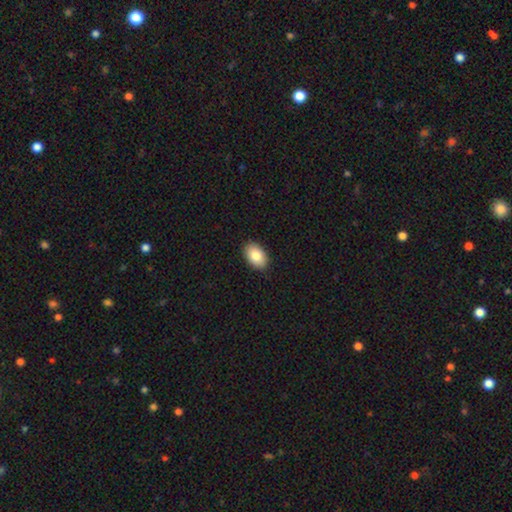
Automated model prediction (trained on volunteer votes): Q: Smooth or featured?
A: smooth (84%); runner-up: featured or disk (9%)
Q: How rounded?
A: in between (89%); runner-up: round (10%)
Q: Merging?
A: none (89%); runner-up: minor disturbance (8%)